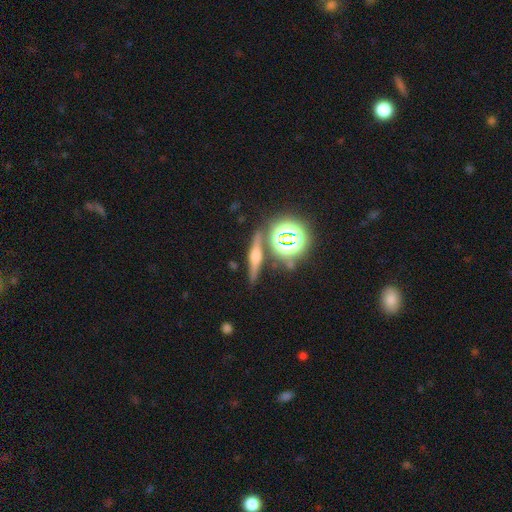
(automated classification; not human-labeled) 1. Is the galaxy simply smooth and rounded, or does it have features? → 53% featured or disk, 25% star or artifact, 22% smooth.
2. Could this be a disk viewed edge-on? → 91% yes, 9% no.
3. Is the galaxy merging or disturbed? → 83% none, 8% minor disturbance, 6% merger, 3% major disturbance.